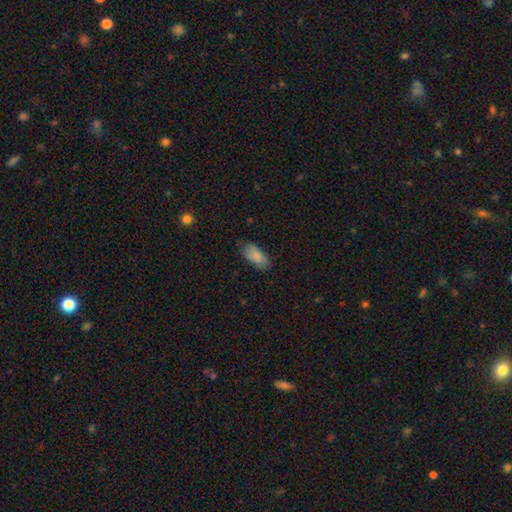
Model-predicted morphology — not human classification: Q: Smooth or featured?
A: smooth (86%); runner-up: featured or disk (8%)
Q: How rounded?
A: in between (89%); runner-up: cigar-shaped (9%)
Q: Merging?
A: none (75%); runner-up: minor disturbance (19%)